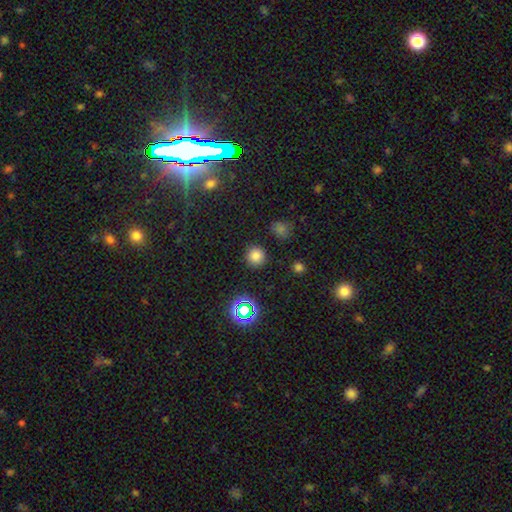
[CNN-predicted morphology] smooth-or-featured: smooth: 77% | star or artifact: 18% | featured or disk: 5%
  how-rounded: round: 94% | in between: 5% | cigar-shaped: 1%
  merging: none: 89% | minor disturbance: 6% | major disturbance: 3% | merger: 2%